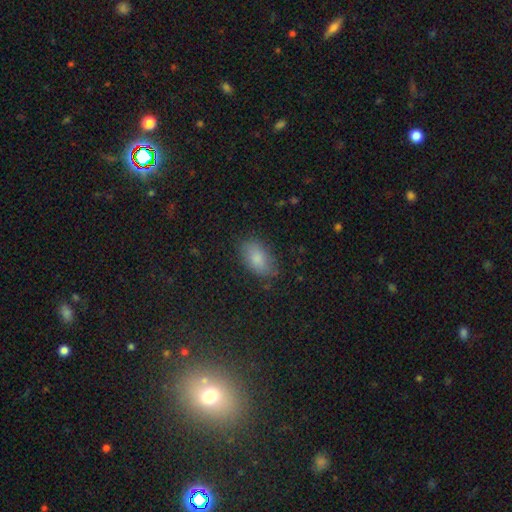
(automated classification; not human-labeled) Smooth or featured? smooth (82%)
How rounded? in between (92%)
Merging? none (81%)